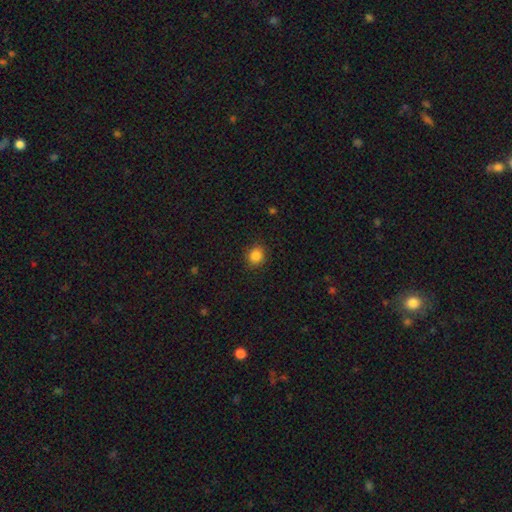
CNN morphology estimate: The model was most divided on "how rounded": round: 75%, in between: 25%, cigar-shaped: 1%. More confident: merging — none (90%); smooth or featured — smooth (85%).